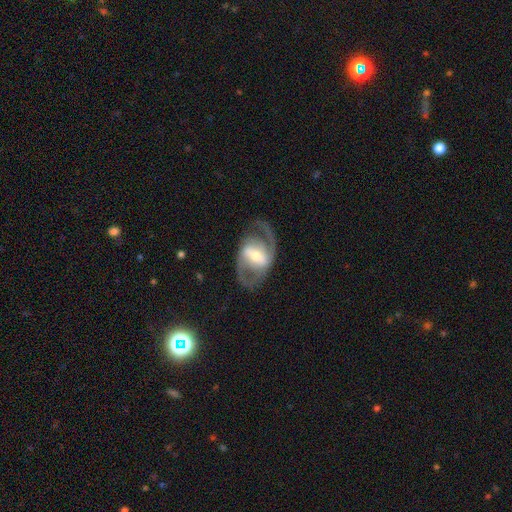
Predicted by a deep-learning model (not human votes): featured or disk 85%, smooth 10%, star or artifact 5%. Down the decision tree: edge-on disk — no (96%); bar — strong (53%); spiral arms — yes (89%); spiral arm count — 2 (90%); spiral winding — medium (55%); bulge size — moderate (52%); merging — none (74%).